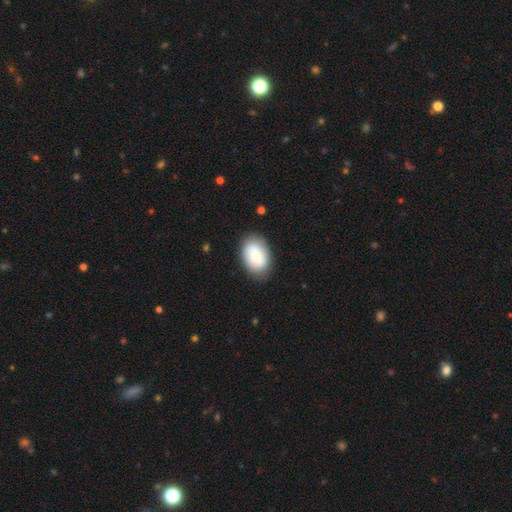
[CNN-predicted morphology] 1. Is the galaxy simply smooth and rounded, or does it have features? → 74% smooth, 19% featured or disk, 7% star or artifact.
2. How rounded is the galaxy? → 86% in between, 13% round, 1% cigar-shaped.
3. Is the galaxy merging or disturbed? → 80% none, 15% minor disturbance, 4% major disturbance, 2% merger.